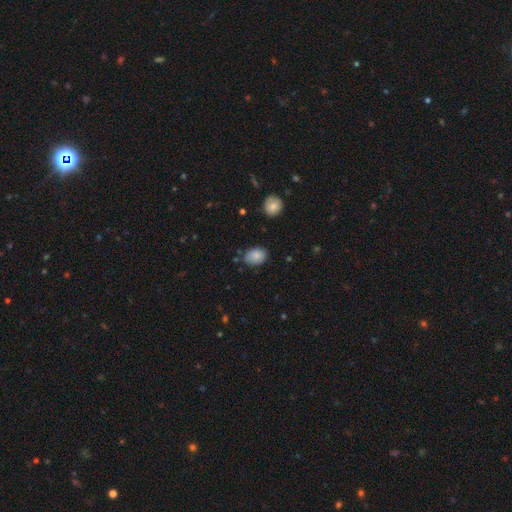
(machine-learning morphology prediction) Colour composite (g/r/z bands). It shows a smooth galaxy with no disk features (84%) that is in between round and cigar-shaped (77%). Merging: none (77%).